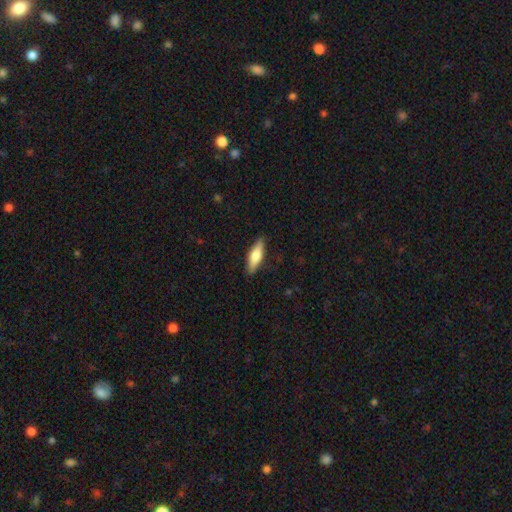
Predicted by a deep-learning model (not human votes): smooth_or_featured: smooth (p=0.62) [alt: featured or disk p=0.32]
how_rounded: cigar-shaped (p=0.52) [alt: in between p=0.45]
merging: none (p=0.87) [alt: minor disturbance p=0.10]